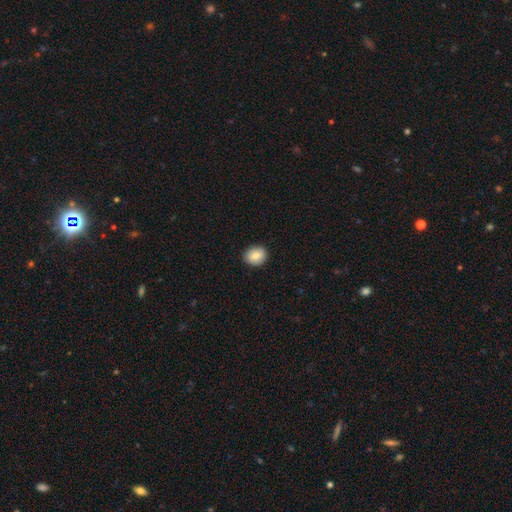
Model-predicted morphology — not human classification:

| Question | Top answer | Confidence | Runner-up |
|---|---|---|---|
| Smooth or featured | smooth | 83% | featured or disk (10%) |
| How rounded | round | 67% | in between (32%) |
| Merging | none | 89% | minor disturbance (8%) |